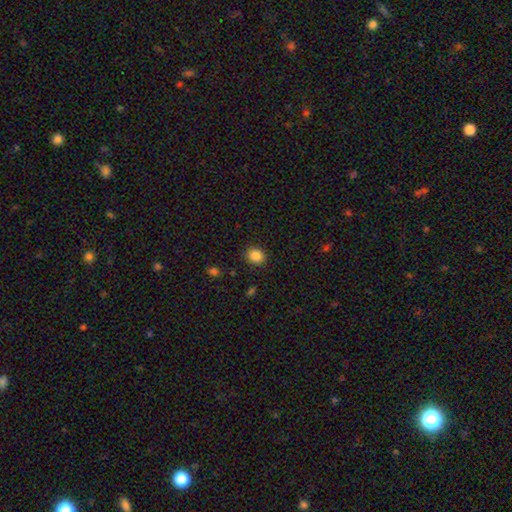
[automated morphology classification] smooth-or-featured: smooth: 86% | star or artifact: 10% | featured or disk: 4%
  how-rounded: round: 75% | in between: 25% | cigar-shaped: 1%
  merging: none: 89% | minor disturbance: 7% | major disturbance: 2% | merger: 1%